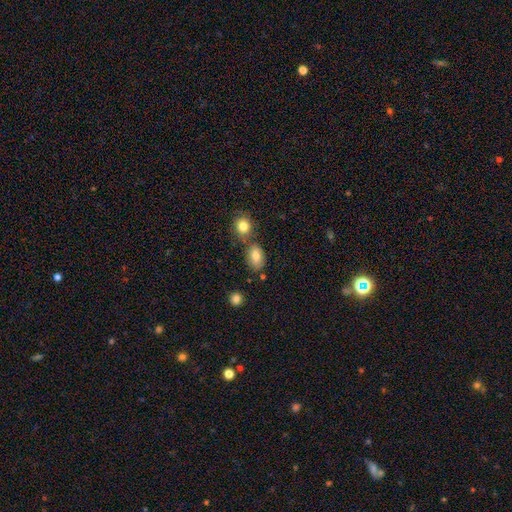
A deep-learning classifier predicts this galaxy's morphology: Overall: smooth (80%). How rounded: in between (83%). Merging: none (62%).